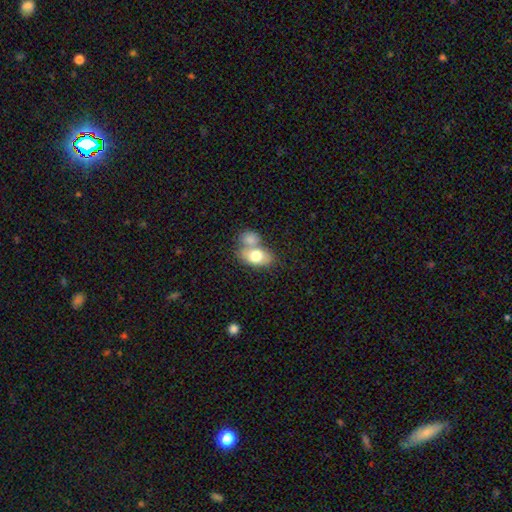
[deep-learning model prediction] Morphology: type=smooth (74%); roundness=in between (83%); merging=merger (59%).